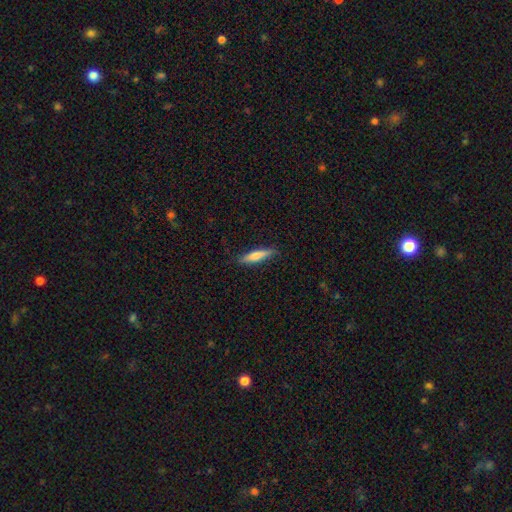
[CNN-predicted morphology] type=smooth (69%); roundness=cigar-shaped (80%); merging=none (85%).